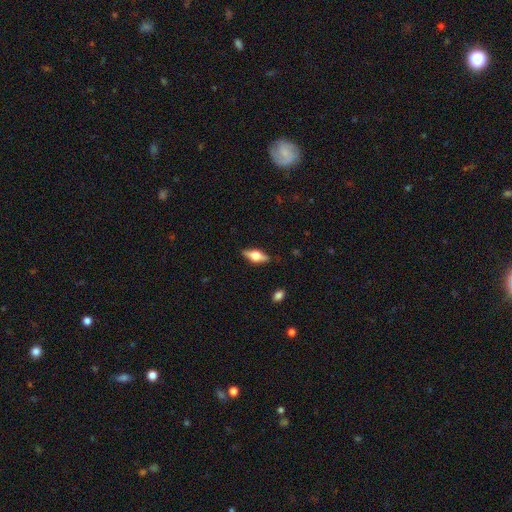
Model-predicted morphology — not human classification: smooth_or_featured: featured or disk (p=0.54) [alt: smooth p=0.39]
disk_edge_on: yes (p=0.93) [alt: no p=0.07]
merging: none (p=0.85) [alt: minor disturbance p=0.11]